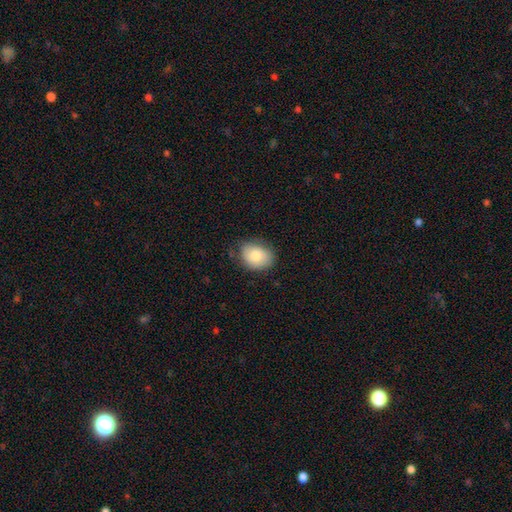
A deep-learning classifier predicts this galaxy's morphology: Smooth or featured? smooth (80%)
How rounded? in between (64%)
Merging? none (73%)